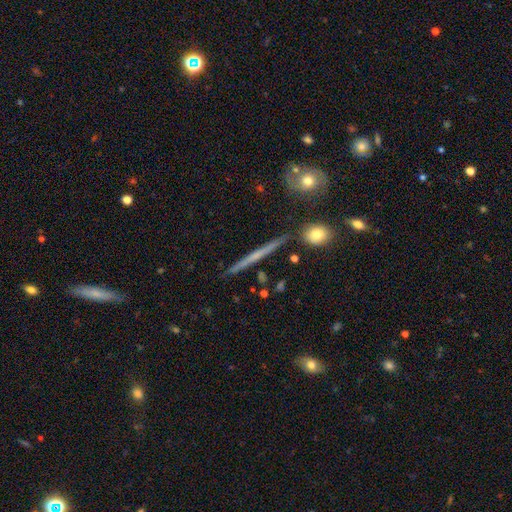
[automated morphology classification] smooth_or_featured: featured or disk (p=0.65) [alt: smooth p=0.28]
disk_edge_on: yes (p=0.97) [alt: no p=0.03]
edge_on_bulge: none (p=0.66) [alt: rounded p=0.28]
merging: none (p=0.90) [alt: minor disturbance p=0.06]